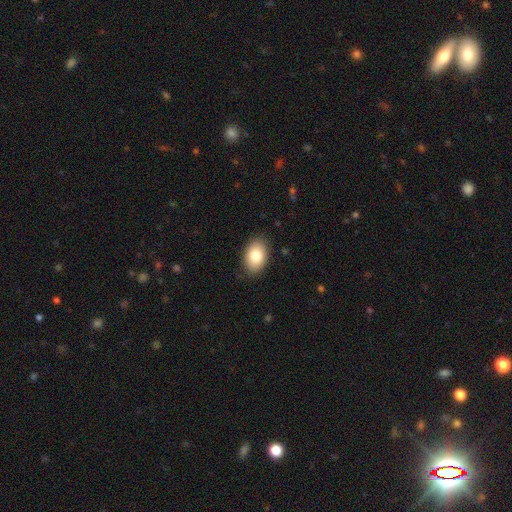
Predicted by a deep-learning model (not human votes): smooth-or-featured: smooth: 82% | featured or disk: 11% | star or artifact: 7%
  how-rounded: in between: 87% | round: 12% | cigar-shaped: 1%
  merging: none: 86% | minor disturbance: 10% | major disturbance: 2% | merger: 1%